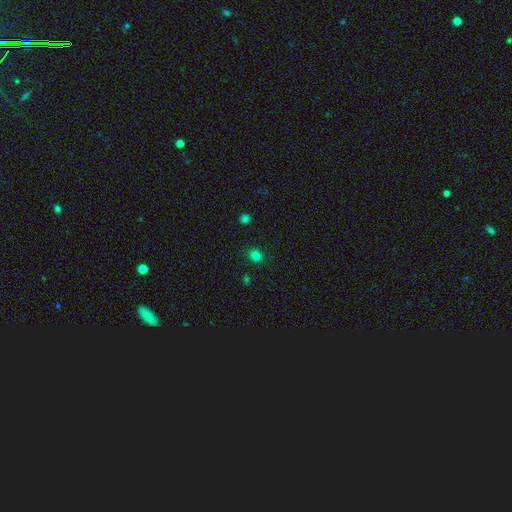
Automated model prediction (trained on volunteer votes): smooth 79%, star or artifact 17%, featured or disk 4%. Down the decision tree: how rounded — round (77%); merging — none (89%).